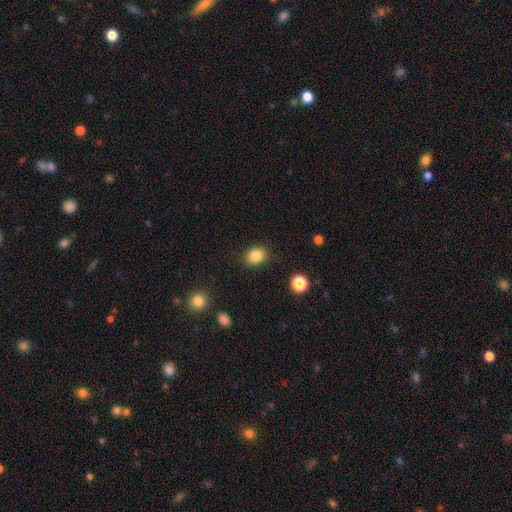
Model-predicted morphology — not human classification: smooth_or_featured: smooth (p=0.85) [alt: star or artifact p=0.10]
how_rounded: round (p=0.52) [alt: in between p=0.47]
merging: none (p=0.86) [alt: minor disturbance p=0.10]